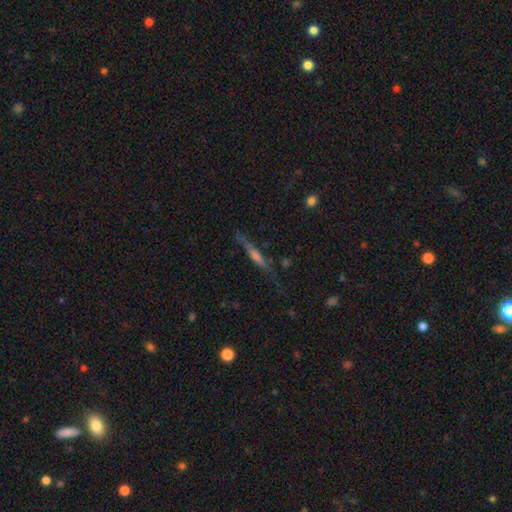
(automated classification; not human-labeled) featured or disk 62%, smooth 28%, star or artifact 10%. Down the decision tree: edge-on disk — yes (93%); edge-on bulge — rounded (46%); merging — none (70%).